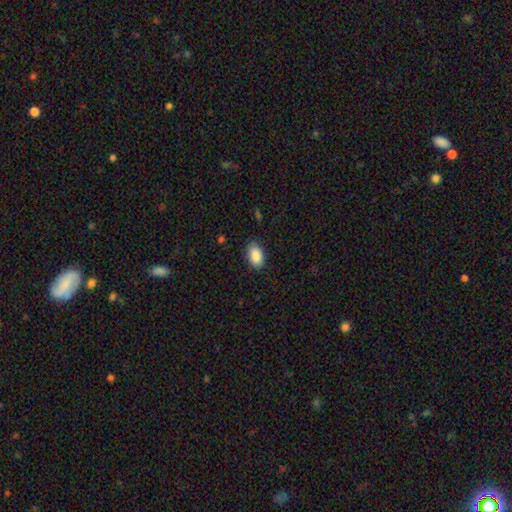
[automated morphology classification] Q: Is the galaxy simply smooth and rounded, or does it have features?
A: smooth — 88%.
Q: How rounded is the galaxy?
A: in between — 91%.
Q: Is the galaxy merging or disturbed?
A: none — 87%.